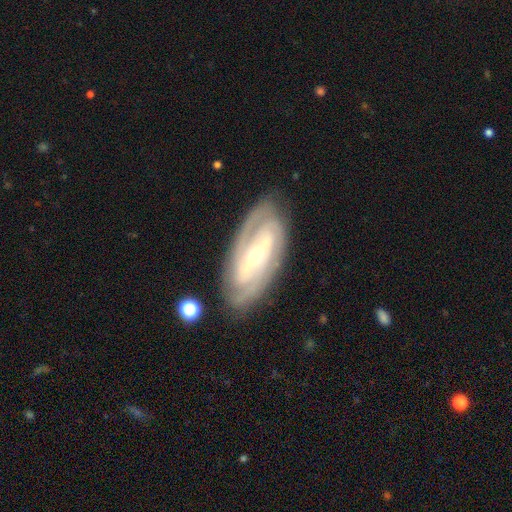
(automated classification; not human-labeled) Overall: featured or disk (88%). Edge-on disk: no (93%). Bar: strong (53%; weak 30%). Spiral arms: yes (96%). Spiral arm count: 2 (60%). Spiral winding: tight (58%; medium 34%). Bulge size: small (58%; moderate 38%). Merging: none (82%).